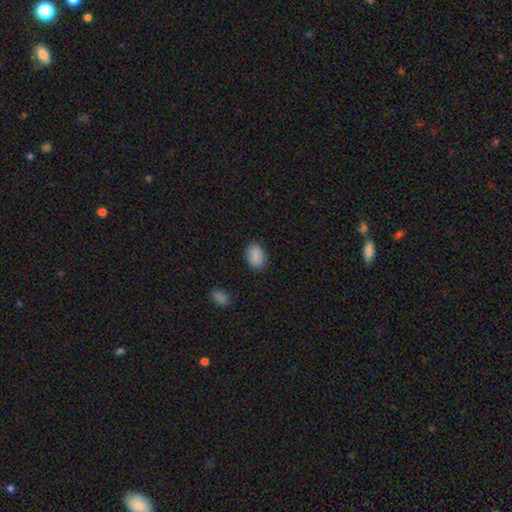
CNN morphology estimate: Smooth or featured? smooth (89%)
How rounded? in between (85%)
Merging? none (86%)